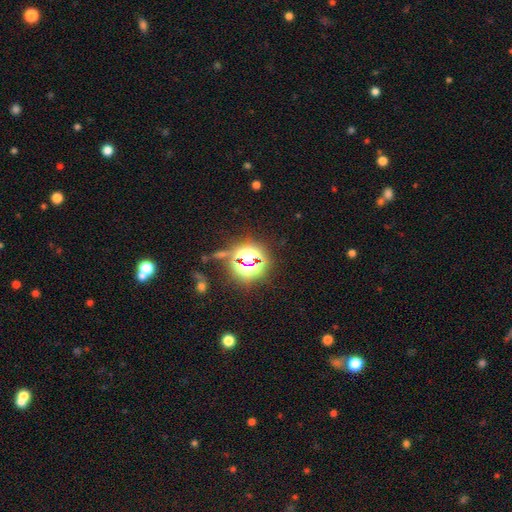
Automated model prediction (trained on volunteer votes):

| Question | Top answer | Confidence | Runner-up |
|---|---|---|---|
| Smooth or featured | star or artifact | 80% | smooth (14%) |